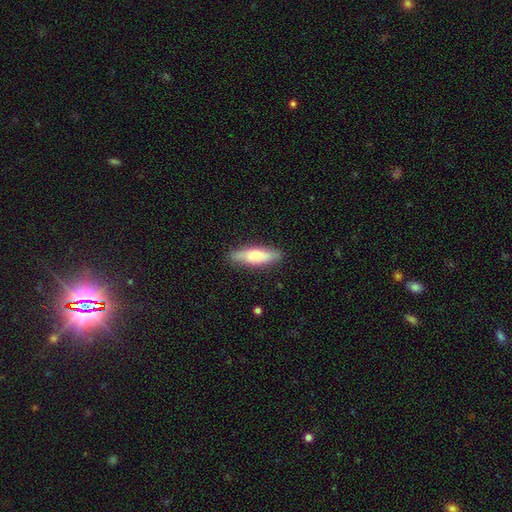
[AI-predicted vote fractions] Overall: smooth (73%). How rounded: cigar-shaped (57%; in between 41%). Merging: none (85%).